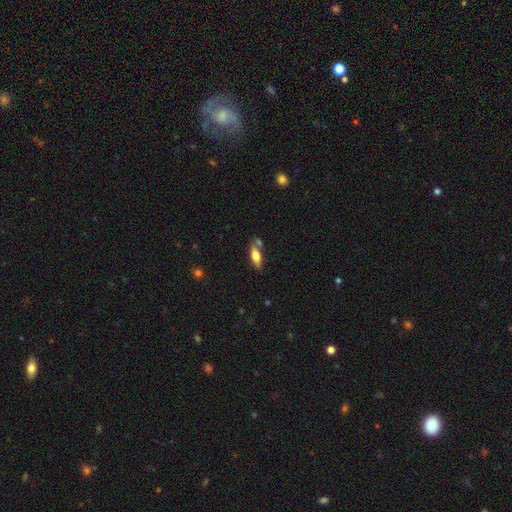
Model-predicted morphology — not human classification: Smooth or featured? smooth (66%)
How rounded? in between (62%)
Merging? none (67%)